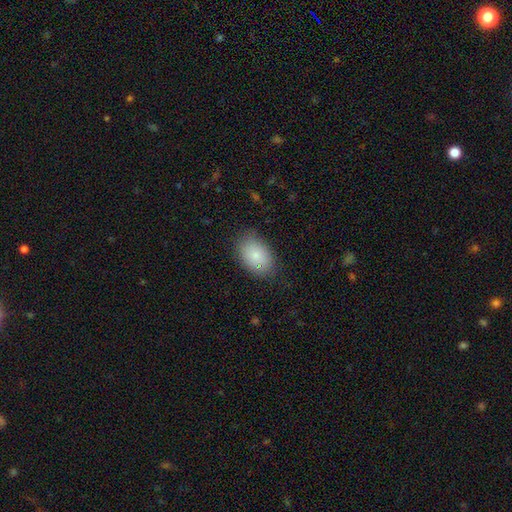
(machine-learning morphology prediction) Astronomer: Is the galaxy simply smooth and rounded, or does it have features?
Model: smooth — 82%.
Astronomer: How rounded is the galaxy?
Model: in between — 87%.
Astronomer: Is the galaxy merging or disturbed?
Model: none — 82%.